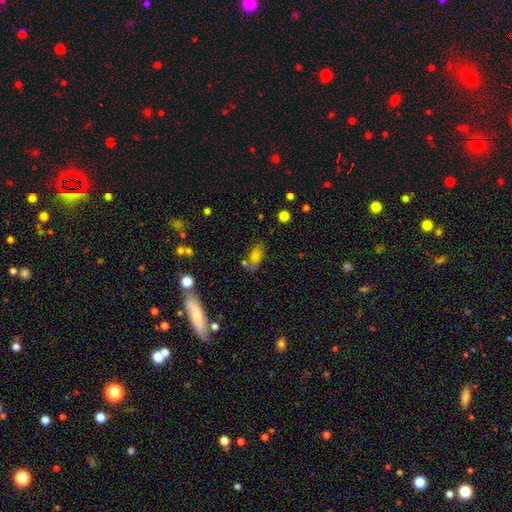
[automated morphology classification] smooth 69%, featured or disk 18%, star or artifact 13%. Down the decision tree: how rounded — in between (81%); merging — none (57%).